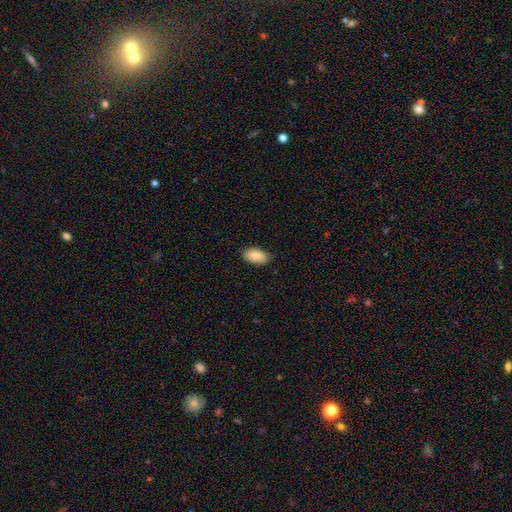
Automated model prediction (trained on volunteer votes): Smooth or featured? Predicted: smooth (p=0.85). How rounded? Predicted: in between (p=0.94). Merging? Predicted: none (p=0.85).